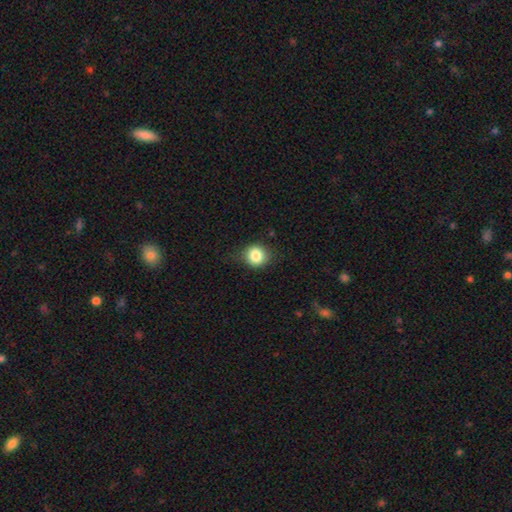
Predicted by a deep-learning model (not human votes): Overall: smooth (83%). How rounded: round (80%). Merging: none (78%).